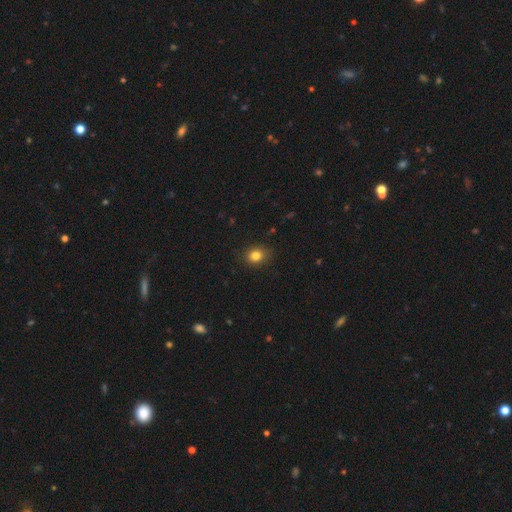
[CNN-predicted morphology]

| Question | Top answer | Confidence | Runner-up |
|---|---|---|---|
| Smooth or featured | smooth | 83% | star or artifact (12%) |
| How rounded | round | 64% | in between (35%) |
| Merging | none | 87% | minor disturbance (10%) |